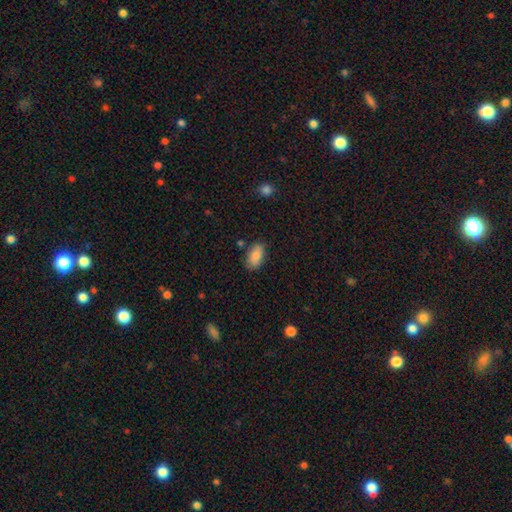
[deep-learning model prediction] Smooth or featured? Predicted: smooth (p=0.85). How rounded? Predicted: in between (p=0.91). Merging? Predicted: none (p=0.80).